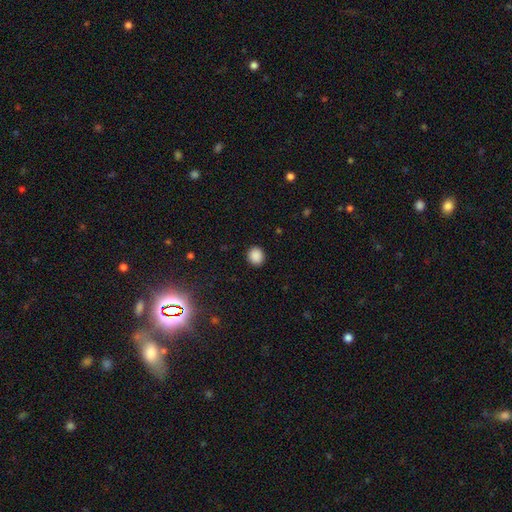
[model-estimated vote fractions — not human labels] Q: Smooth or featured?
A: smooth (88%); runner-up: star or artifact (10%)
Q: How rounded?
A: round (80%); runner-up: in between (19%)
Q: Merging?
A: none (91%); runner-up: minor disturbance (6%)